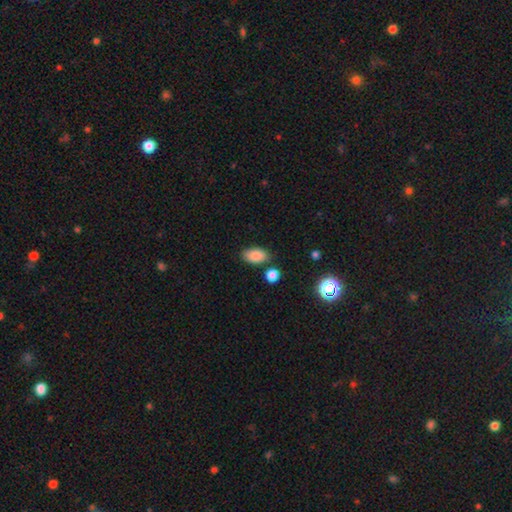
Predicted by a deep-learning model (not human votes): A smooth galaxy with no disk features (87%) that is in between round and cigar-shaped (92%).

Vote fractions:
- Smooth or featured? smooth: 87% / star or artifact: 8% / featured or disk: 5%
- How rounded? in between: 92% / round: 6% / cigar-shaped: 2%
- Merging? none: 77% / minor disturbance: 13% / merger: 7% / major disturbance: 3%